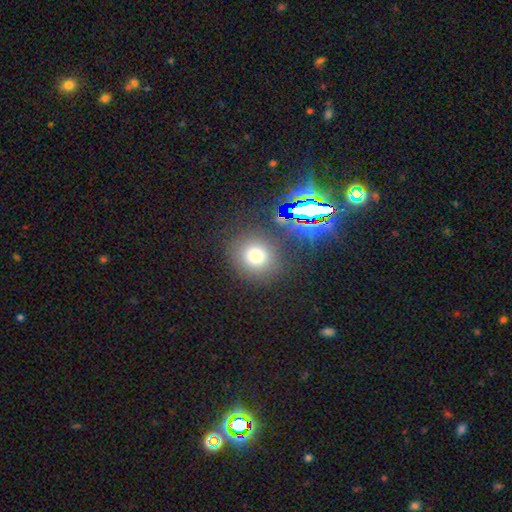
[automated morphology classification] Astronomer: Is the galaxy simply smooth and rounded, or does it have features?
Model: smooth — 69%.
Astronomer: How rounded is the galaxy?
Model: round — 86%.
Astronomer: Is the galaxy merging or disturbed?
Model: none — 82%.